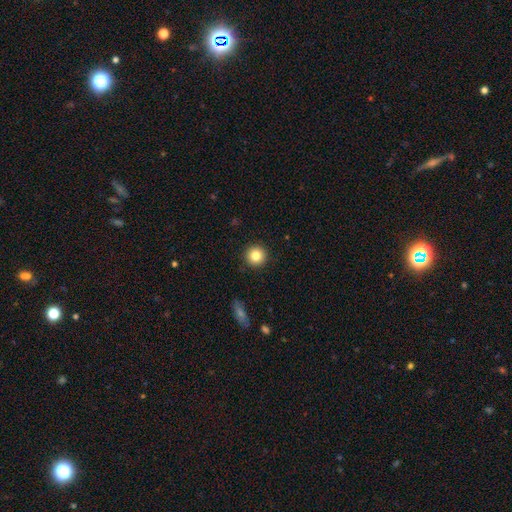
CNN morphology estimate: Overall: smooth (83%). How rounded: round (95%). Merging: none (92%).